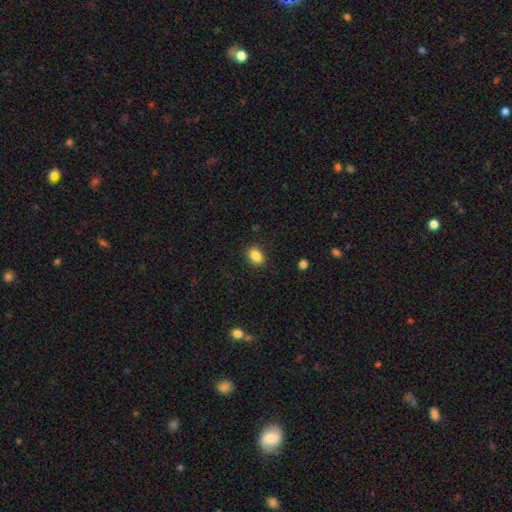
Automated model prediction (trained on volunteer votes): Morphology: type=smooth (87%); roundness=in between (80%); merging=none (88%).